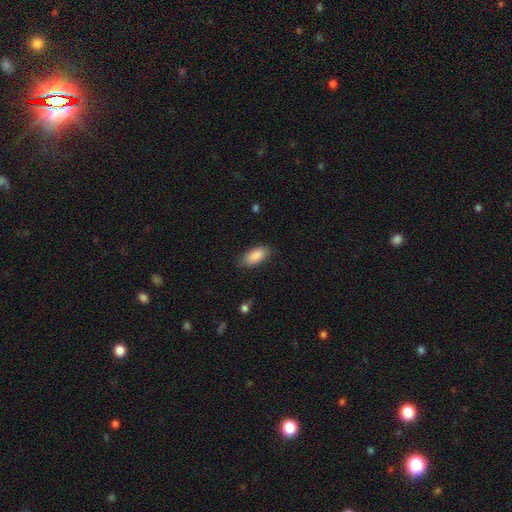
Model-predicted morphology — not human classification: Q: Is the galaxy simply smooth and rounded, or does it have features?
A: smooth — 89%.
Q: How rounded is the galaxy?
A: in between — 91%.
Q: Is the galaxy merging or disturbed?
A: none — 83%.